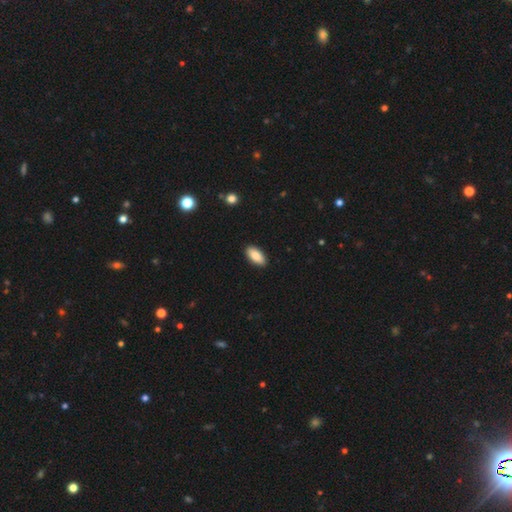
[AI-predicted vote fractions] This appears to be a smooth galaxy with no disk features (83%) that is in between round and cigar-shaped (90%). Merging: none (91%).